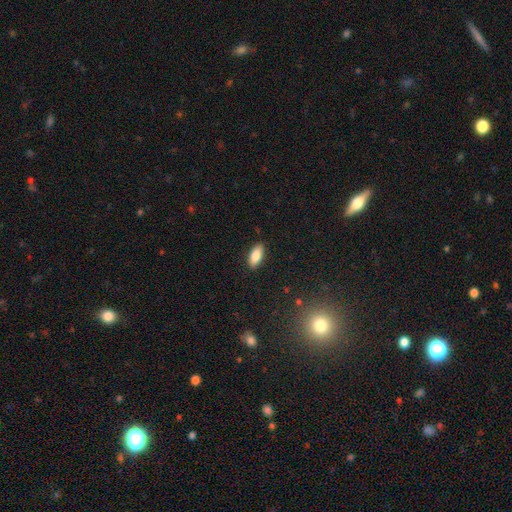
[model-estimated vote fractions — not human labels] Smooth or featured?
  - smooth: 84% *
  - featured or disk: 9%
  - star or artifact: 7%
How rounded?
  - in between: 84% *
  - cigar-shaped: 14%
  - round: 2%
Merging?
  - none: 88% *
  - minor disturbance: 9%
  - major disturbance: 2%
  - merger: 1%